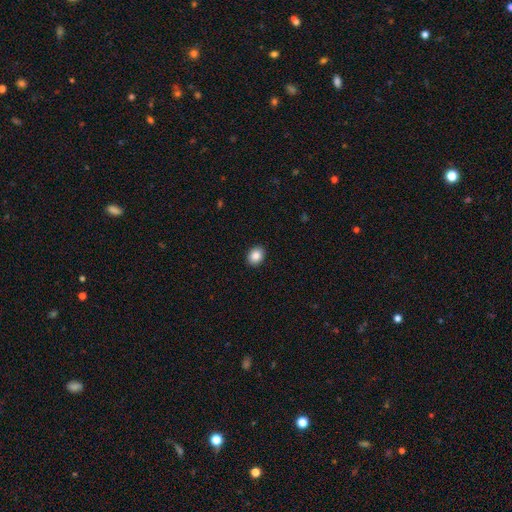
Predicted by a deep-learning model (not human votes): Smooth or featured? smooth (86%)
How rounded? in between (54%)
Merging? none (91%)